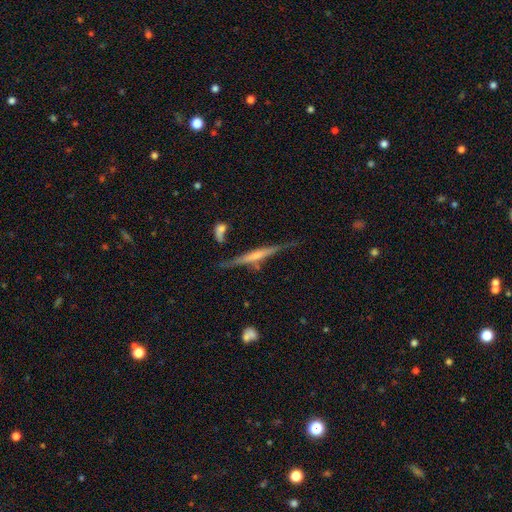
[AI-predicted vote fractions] Overall: featured or disk (65%; smooth 28%). Edge-on disk: yes (95%). Edge-on bulge: rounded (43%; none 37%). Merging: none (66%).